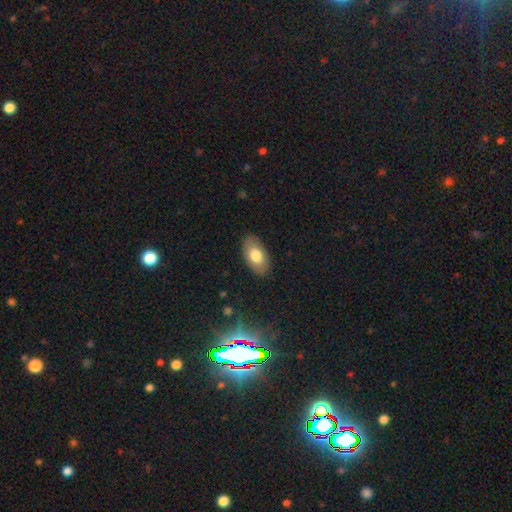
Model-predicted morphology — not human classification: A smooth galaxy with no disk features (76%) that is in between round and cigar-shaped (93%). Merging: none (85%).